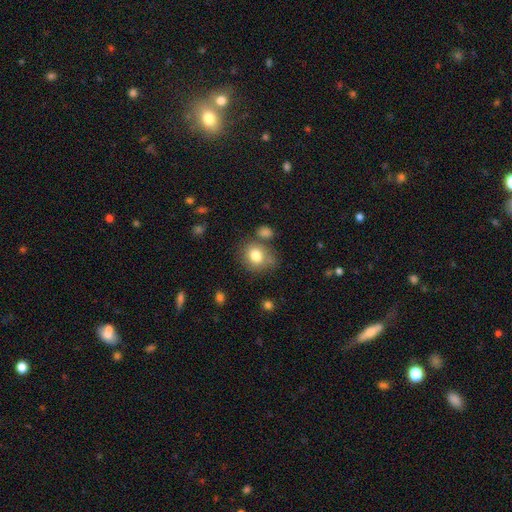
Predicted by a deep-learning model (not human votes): smooth 80%, featured or disk 10%, star or artifact 10%. Down the decision tree: how rounded — round (65%); merging — none (65%).